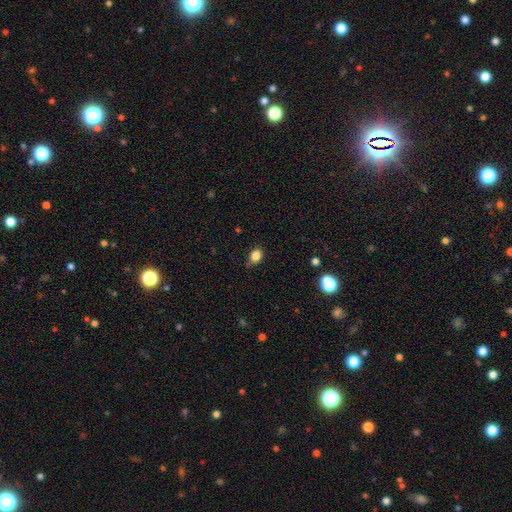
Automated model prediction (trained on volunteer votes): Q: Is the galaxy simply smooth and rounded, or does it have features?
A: smooth — 84%.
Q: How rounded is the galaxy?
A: in between — 63%.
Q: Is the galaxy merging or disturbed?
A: none — 70%.